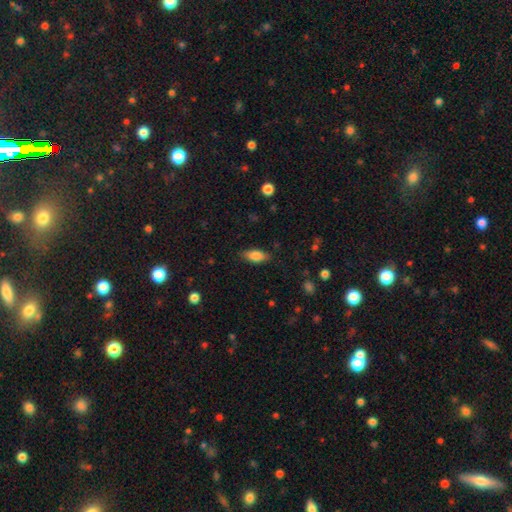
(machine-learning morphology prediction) This is clearly a smooth galaxy (81%). How rounded: clearly in between (84%). Merging: clearly none (84%).